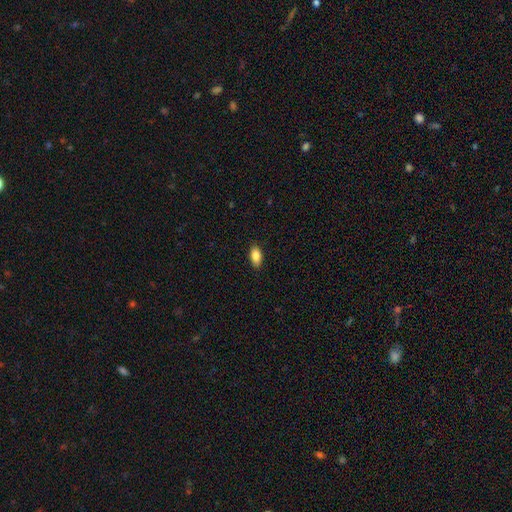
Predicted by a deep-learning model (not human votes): smooth_or_featured: smooth (p=0.85) [alt: featured or disk p=0.07]
how_rounded: in between (p=0.90) [alt: cigar-shaped p=0.06]
merging: none (p=0.88) [alt: minor disturbance p=0.09]